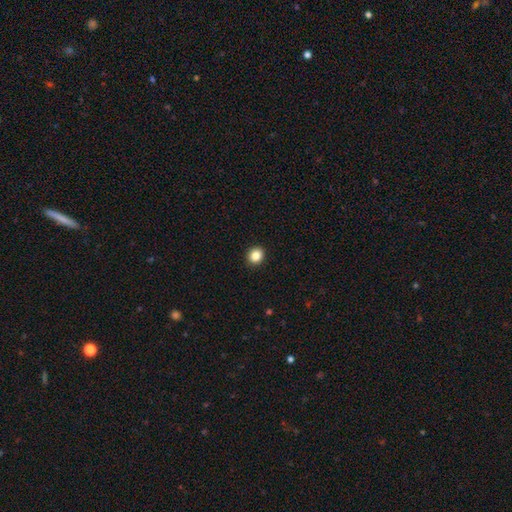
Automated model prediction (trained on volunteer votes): A smooth galaxy with no disk features (86%) that is round (80%). Merging: none (93%).